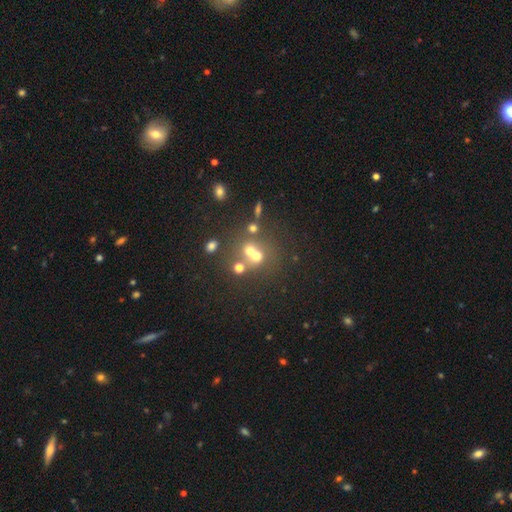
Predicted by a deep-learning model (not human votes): smooth-or-featured: smooth: 57% | featured or disk: 22% | star or artifact: 21%
  how-rounded: round: 77% | in between: 22% | cigar-shaped: 1%
  merging: merger: 48% | none: 39% | minor disturbance: 8% | major disturbance: 6%